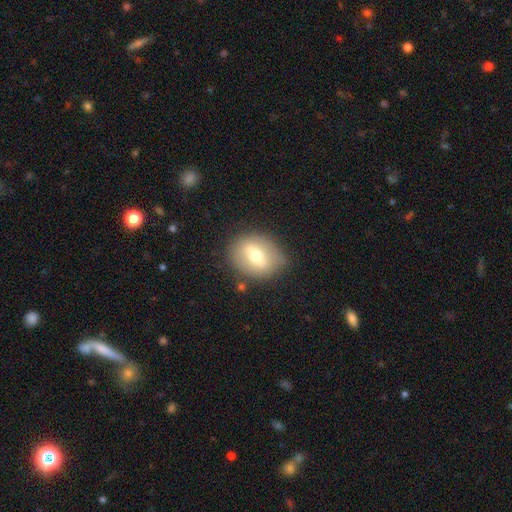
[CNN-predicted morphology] Q: Smooth or featured?
A: smooth (58%); runner-up: featured or disk (33%)
Q: How rounded?
A: in between (50%); runner-up: round (49%)
Q: Merging?
A: none (79%); runner-up: minor disturbance (14%)